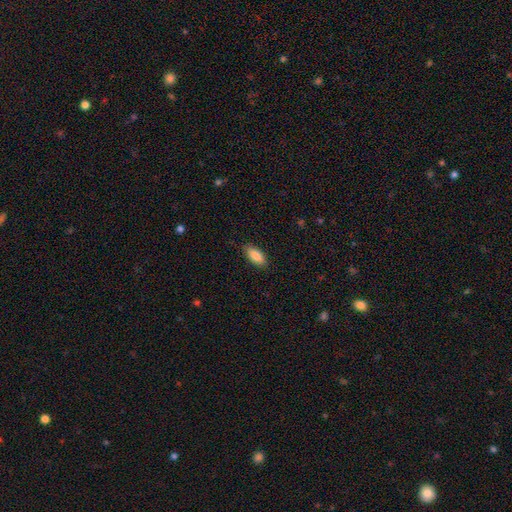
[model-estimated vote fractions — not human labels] A smooth galaxy with no disk features (86%) that is in between round and cigar-shaped (84%).

Vote fractions:
- Smooth or featured? smooth: 86% / featured or disk: 7% / star or artifact: 6%
- How rounded? in between: 84% / cigar-shaped: 14% / round: 2%
- Merging? none: 84% / minor disturbance: 12% / major disturbance: 2% / merger: 1%